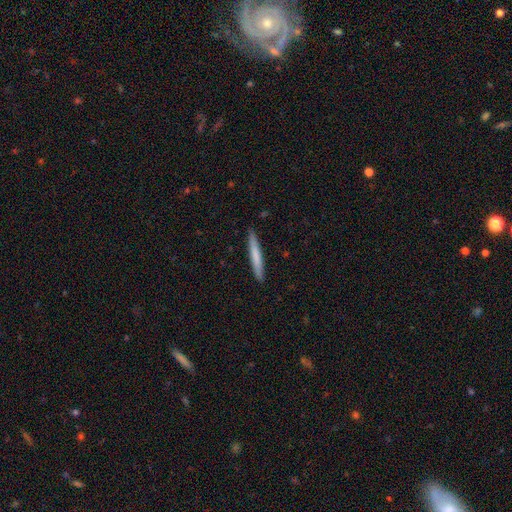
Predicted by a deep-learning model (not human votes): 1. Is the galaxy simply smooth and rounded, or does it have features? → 71% smooth, 24% featured or disk, 5% star or artifact.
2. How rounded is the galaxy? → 96% cigar-shaped, 3% in between, 1% round.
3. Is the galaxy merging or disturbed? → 91% none, 7% minor disturbance, 1% major disturbance, 1% merger.